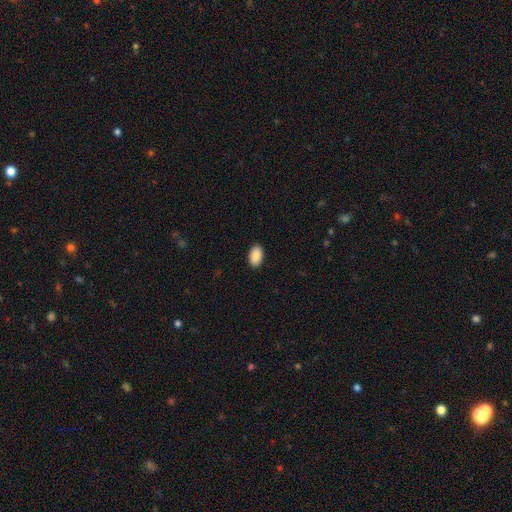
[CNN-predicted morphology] The model was most divided on "merging": none: 90%, minor disturbance: 7%, major disturbance: 2%, merger: 1%. More confident: how rounded — in between (94%); smooth or featured — smooth (90%).